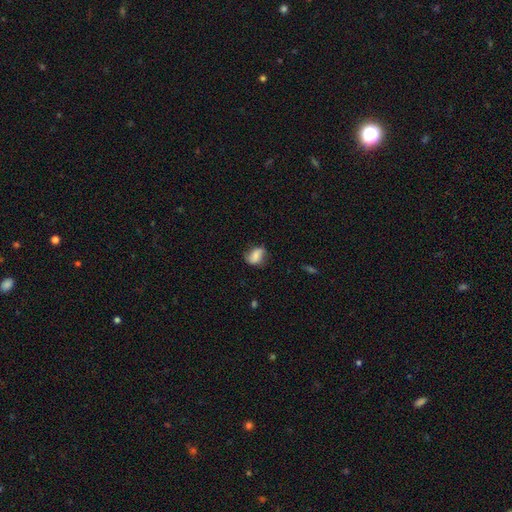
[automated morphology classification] Overall: smooth (68%). How rounded: in between (75%). Merging: none (60%; minor disturbance 28%).